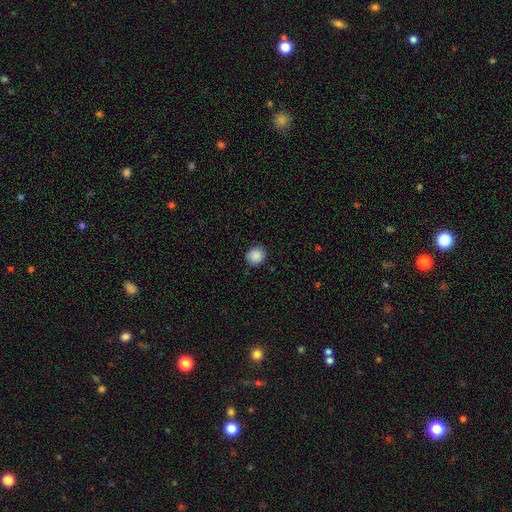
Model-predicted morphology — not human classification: type=smooth (88%); roundness=round (77%); merging=none (85%).